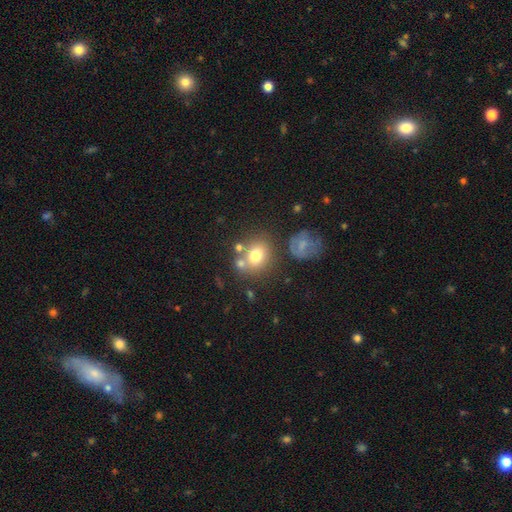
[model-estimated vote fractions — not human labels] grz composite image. It shows a smooth galaxy with no disk features (73%) that is round (70%). Merging: none (61%).